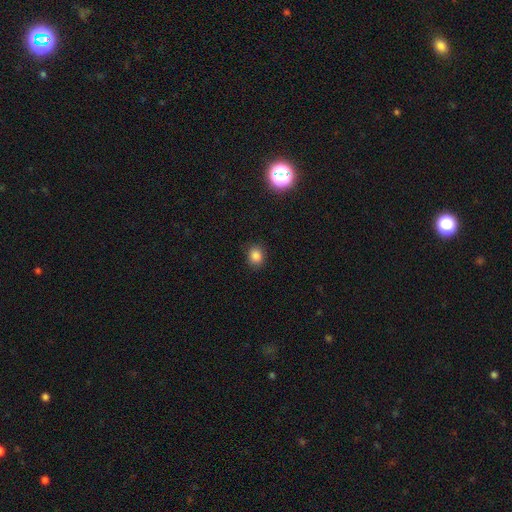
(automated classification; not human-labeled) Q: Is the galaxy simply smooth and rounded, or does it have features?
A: smooth — 84%.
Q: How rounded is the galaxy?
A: round — 67%.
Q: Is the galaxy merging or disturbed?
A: none — 85%.